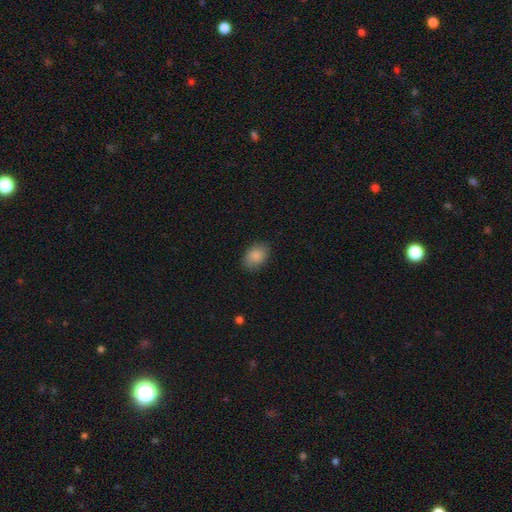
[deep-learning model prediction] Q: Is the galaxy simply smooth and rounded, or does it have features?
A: smooth — 86%.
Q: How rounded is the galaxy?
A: in between — 79%.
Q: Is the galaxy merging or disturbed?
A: none — 84%.